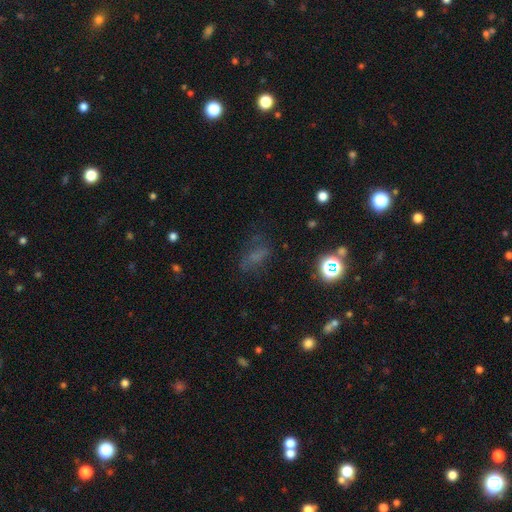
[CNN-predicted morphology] type=smooth (49%); merging=none (57%).